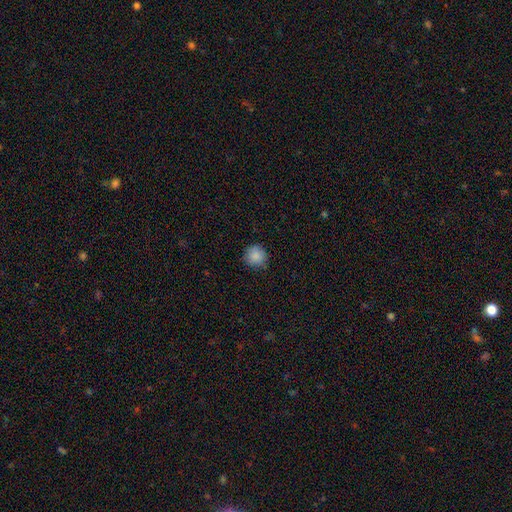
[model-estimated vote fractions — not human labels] A smooth galaxy with no disk features (87%) that is round (93%).

Vote fractions:
- Smooth or featured? smooth: 87% / star or artifact: 9% / featured or disk: 4%
- How rounded? round: 93% / in between: 6% / cigar-shaped: 1%
- Merging? none: 85% / minor disturbance: 12% / major disturbance: 2% / merger: 1%